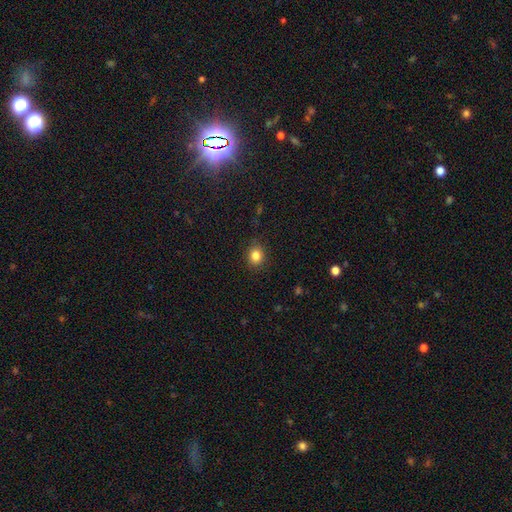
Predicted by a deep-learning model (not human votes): Overall: smooth (84%). How rounded: round (74%). Merging: none (88%).